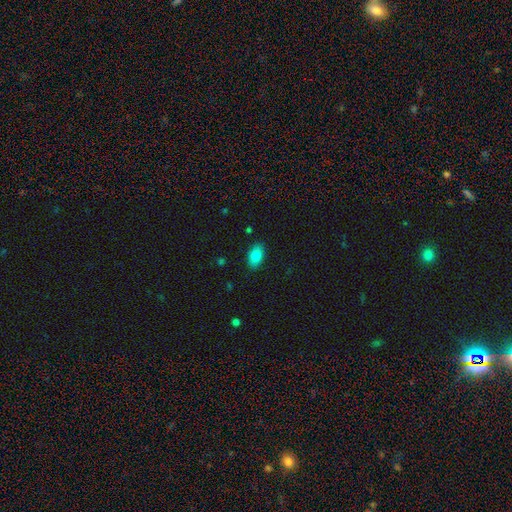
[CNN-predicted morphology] The model was most divided on "smooth or featured": smooth: 83%, featured or disk: 9%, star or artifact: 8%. More confident: how rounded — in between (91%); merging — none (88%).